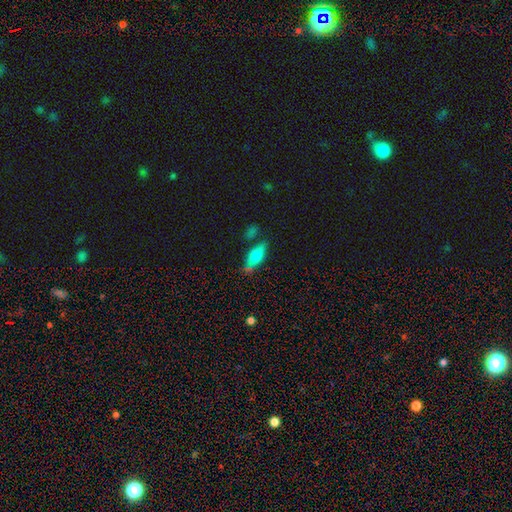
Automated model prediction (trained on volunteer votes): smooth_or_featured: smooth (p=0.72) [alt: featured or disk p=0.20]
how_rounded: in between (p=0.73) [alt: cigar-shaped p=0.23]
merging: none (p=0.63) [alt: minor disturbance p=0.19]